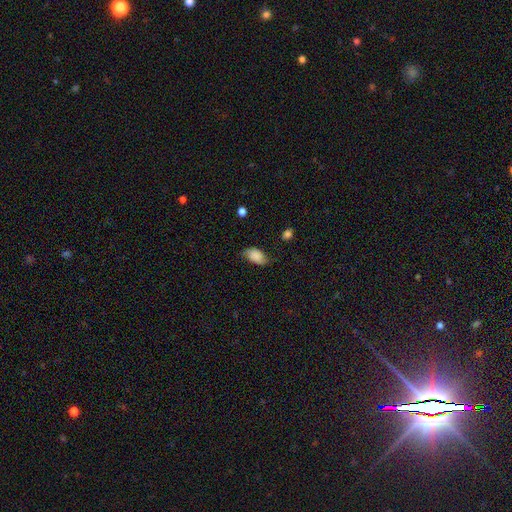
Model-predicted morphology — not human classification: This is likely a smooth galaxy (71%). How rounded: clearly in between (91%). Merging: likely none (61%).